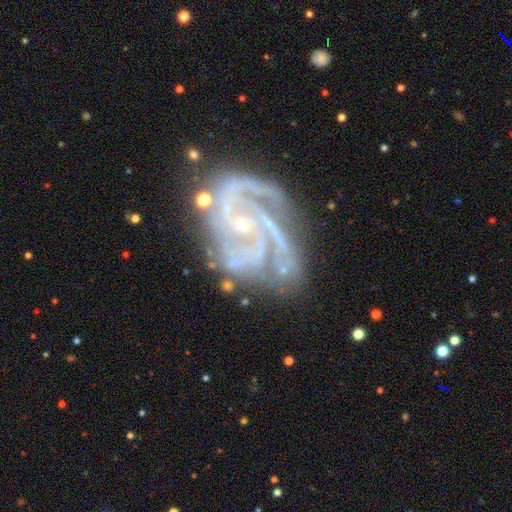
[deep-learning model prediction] This appears to be a featured or disk galaxy (90%) with no bar (66%), 3 (41%) tight (50%) spiral arms (98%) and a small central bulge (85%). Merging: none (59%).